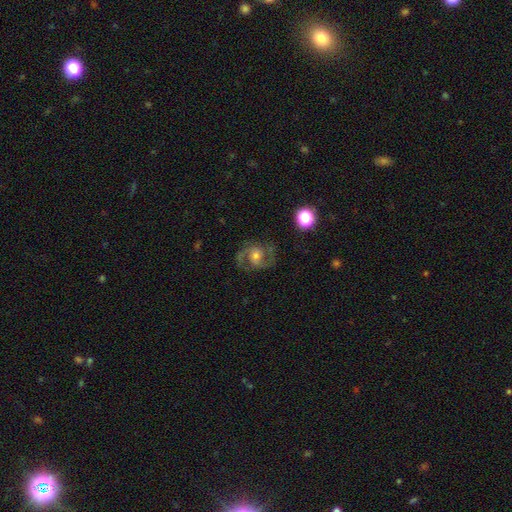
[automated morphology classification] A featured or disk galaxy (83%) with no bar (57%), 2 (90%) medium (62%) spiral arms (96%) and a moderate central bulge (52%). Merging: none (75%).